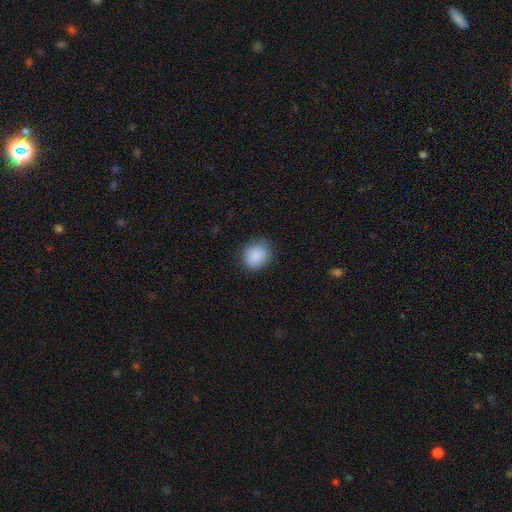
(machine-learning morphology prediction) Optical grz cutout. It shows a smooth galaxy with no disk features (88%) that is round (72%). Merging: none (79%).